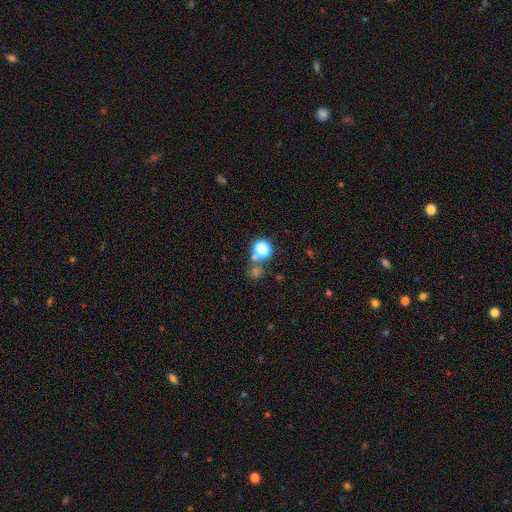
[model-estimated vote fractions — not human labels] Morphology: type=smooth (46%, tied with star or artifact); merging=none (66%).